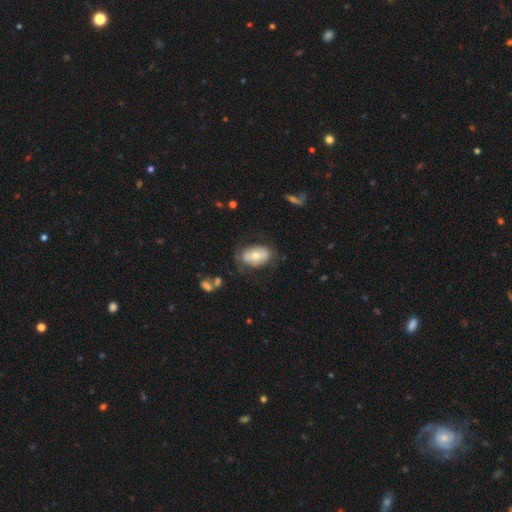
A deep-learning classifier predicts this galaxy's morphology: Q: Smooth or featured?
A: smooth (60%); runner-up: featured or disk (33%)
Q: How rounded?
A: in between (89%); runner-up: round (9%)
Q: Merging?
A: none (66%); runner-up: minor disturbance (20%)